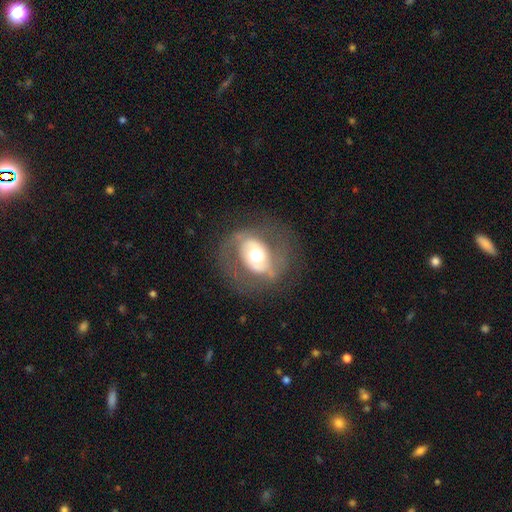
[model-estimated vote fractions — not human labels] Smooth or featured? featured or disk (70%)
Edge-on disk? no (96%)
Bar? no (56%)
Spiral arms? yes (65%)
Bulge size? moderate (57%)
Merging? none (70%)